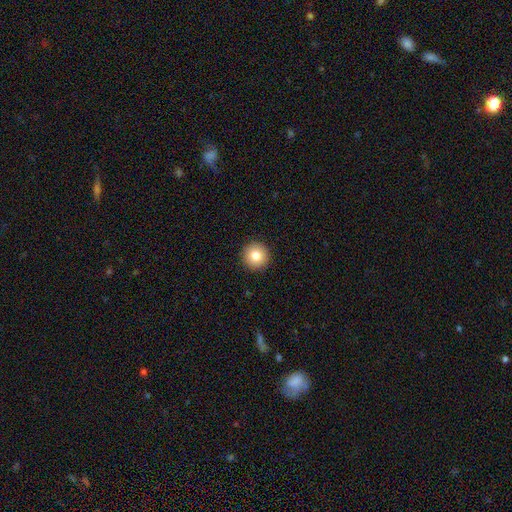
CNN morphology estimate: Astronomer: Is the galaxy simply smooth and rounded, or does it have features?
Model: smooth — 81%.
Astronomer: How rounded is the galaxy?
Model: round — 96%.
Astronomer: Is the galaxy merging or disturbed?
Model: none — 93%.